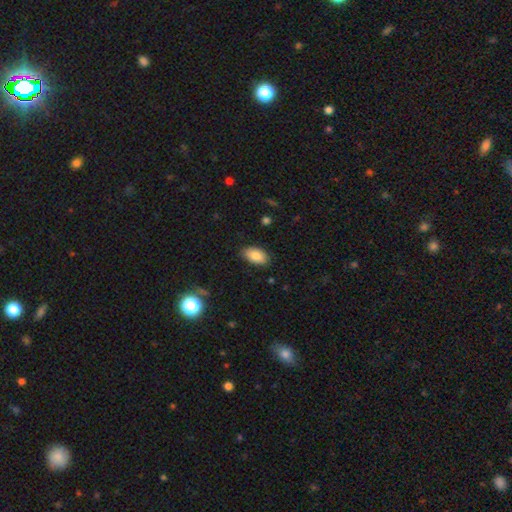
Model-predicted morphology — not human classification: This appears to be a smooth galaxy with no disk features (85%) that is in between round and cigar-shaped (94%). Merging: none (85%).